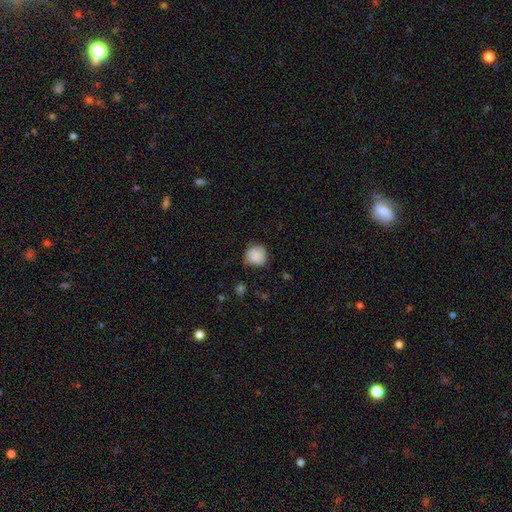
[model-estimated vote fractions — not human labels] smooth_or_featured: smooth (p=0.80) [alt: featured or disk p=0.11]
how_rounded: round (p=0.85) [alt: in between p=0.14]
merging: none (p=0.69) [alt: minor disturbance p=0.23]